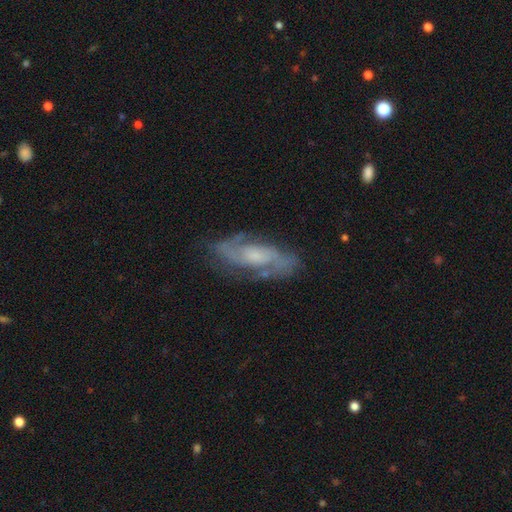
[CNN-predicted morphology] This appears to be a featured or disk galaxy (82%) with no bar (53%), 2 (80%) medium (49%) spiral arms (94%) and a small central bulge (41%). Merging: none (75%).